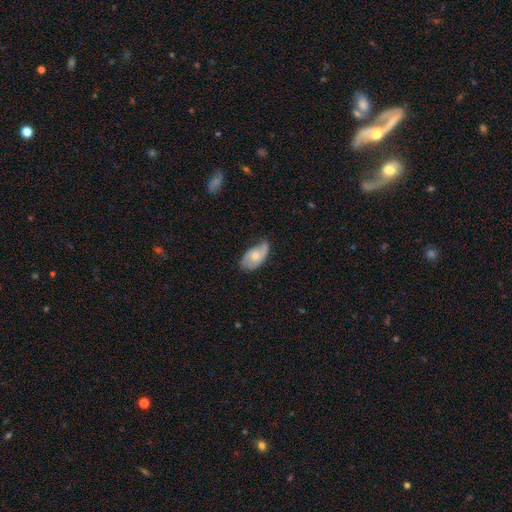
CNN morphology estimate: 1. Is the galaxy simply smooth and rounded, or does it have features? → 58% featured or disk, 36% smooth, 6% star or artifact.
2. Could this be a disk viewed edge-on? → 94% no, 6% yes.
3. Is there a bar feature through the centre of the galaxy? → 70% no, 26% weak, 4% strong.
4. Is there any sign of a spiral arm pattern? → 85% yes, 15% no.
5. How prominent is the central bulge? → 56% moderate, 37% small, 3% large, 3% none, 1% dominant.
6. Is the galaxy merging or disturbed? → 58% none, 32% minor disturbance, 9% major disturbance, 2% merger.